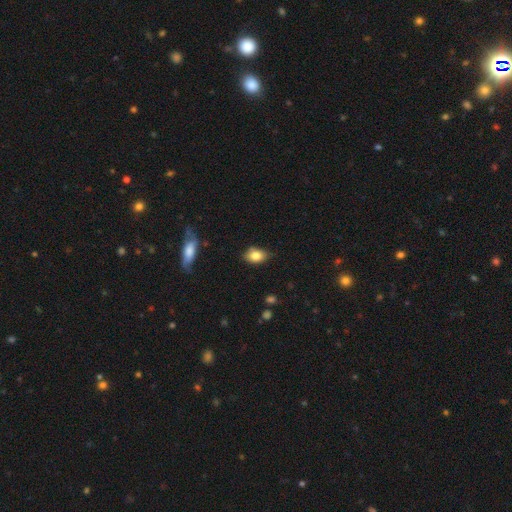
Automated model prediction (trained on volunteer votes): Smooth or featured? smooth (82%)
How rounded? in between (78%)
Merging? none (67%)